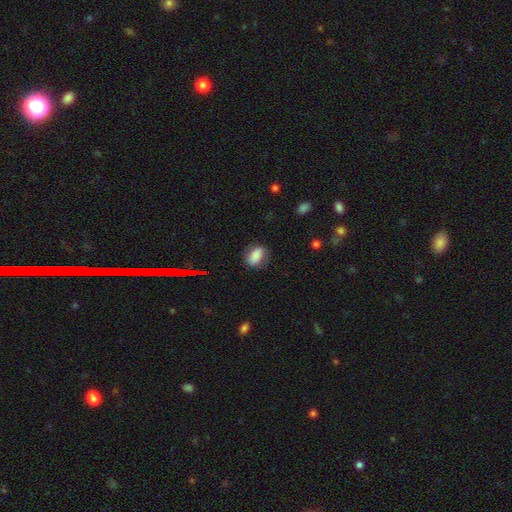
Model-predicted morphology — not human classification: A smooth galaxy with no disk features (78%) that is in between round and cigar-shaped (77%). Merging: none (76%).